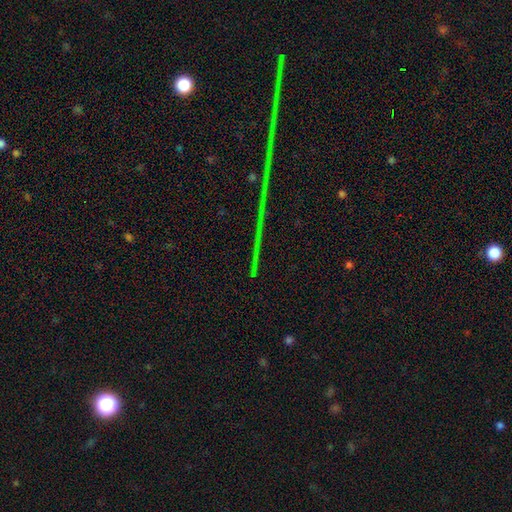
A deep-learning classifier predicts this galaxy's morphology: Smooth or featured: star or artifact — 81% (featured or disk — 11%)